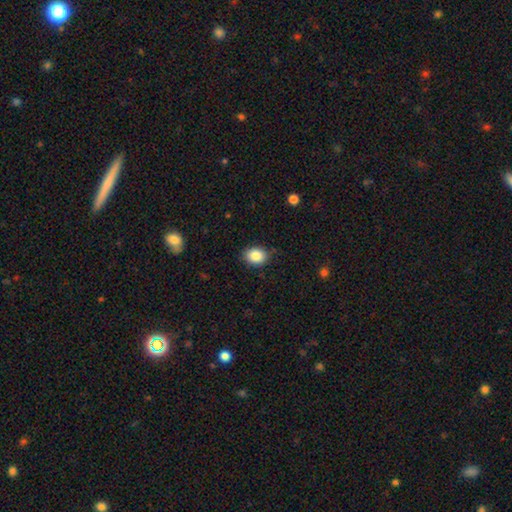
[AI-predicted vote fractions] Smooth or featured? Predicted: smooth (p=0.87). How rounded? Predicted: in between (p=0.55). Merging? Predicted: none (p=0.82).